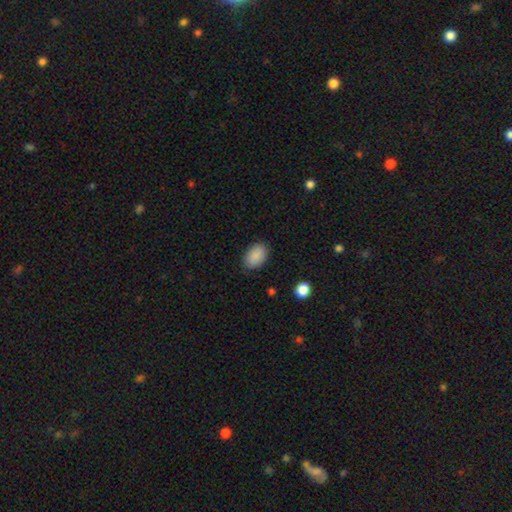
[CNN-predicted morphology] smooth_or_featured: smooth (p=0.89) [alt: star or artifact p=0.07]
how_rounded: in between (p=0.87) [alt: round p=0.12]
merging: none (p=0.84) [alt: minor disturbance p=0.12]